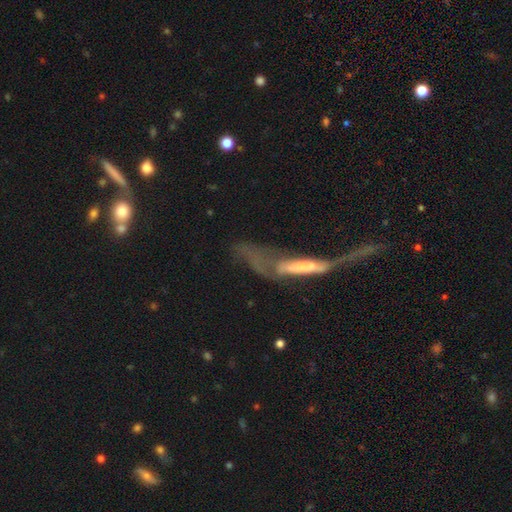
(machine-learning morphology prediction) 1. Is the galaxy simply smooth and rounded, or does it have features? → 53% featured or disk, 33% smooth, 14% star or artifact.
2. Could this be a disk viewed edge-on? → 60% no, 40% yes.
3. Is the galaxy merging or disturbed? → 45% major disturbance, 25% merger, 17% none, 12% minor disturbance.